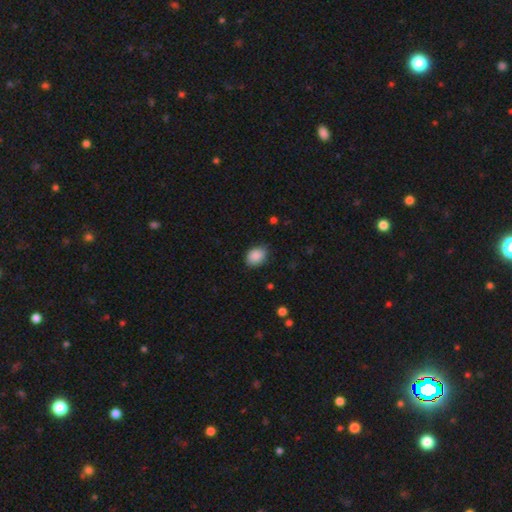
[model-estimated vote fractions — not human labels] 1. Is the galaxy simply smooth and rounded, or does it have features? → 89% smooth, 7% star or artifact, 4% featured or disk.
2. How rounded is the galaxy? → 71% in between, 28% round, 1% cigar-shaped.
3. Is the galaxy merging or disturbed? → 78% none, 18% minor disturbance, 3% major disturbance, 1% merger.